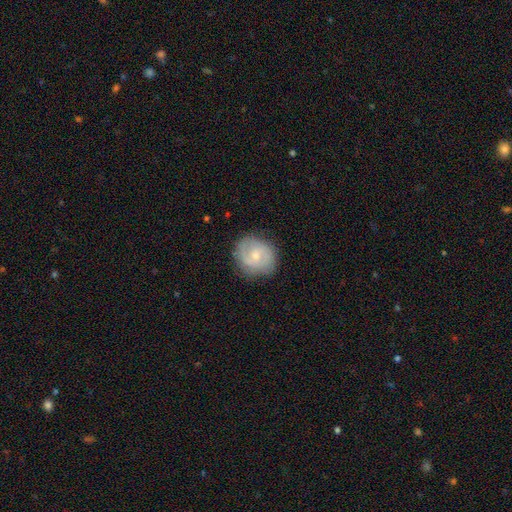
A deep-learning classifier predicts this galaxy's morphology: featured or disk 63%, smooth 31%, star or artifact 6%. Down the decision tree: edge-on disk — no (98%); bar — no (59%); spiral arms — yes (87%); spiral arm count — 2 (67%); spiral winding — tight (45%); bulge size — small (60%); merging — none (78%).